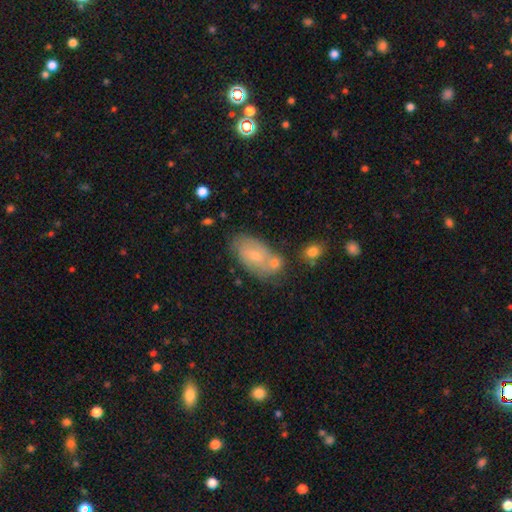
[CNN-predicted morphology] A smooth galaxy with no disk features (50%).

Vote fractions:
- Smooth or featured? smooth: 50% / featured or disk: 42% / star or artifact: 8%
- Merging? none: 54% / merger: 24% / minor disturbance: 17% / major disturbance: 5%